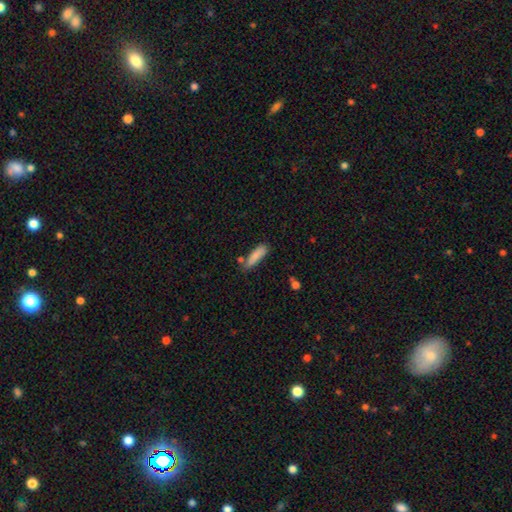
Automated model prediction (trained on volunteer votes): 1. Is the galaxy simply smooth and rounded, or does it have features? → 85% smooth, 9% featured or disk, 7% star or artifact.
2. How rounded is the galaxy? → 59% cigar-shaped, 39% in between, 2% round.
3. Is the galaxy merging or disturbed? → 70% none, 19% minor disturbance, 7% merger, 4% major disturbance.